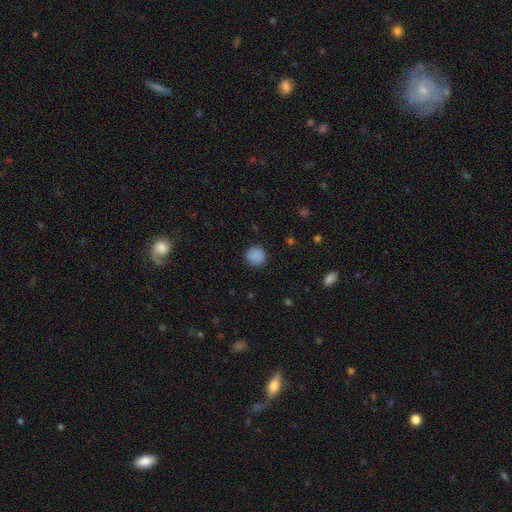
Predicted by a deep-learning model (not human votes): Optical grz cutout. It shows a smooth galaxy with no disk features (87%) that is round (91%). Merging: none (88%).